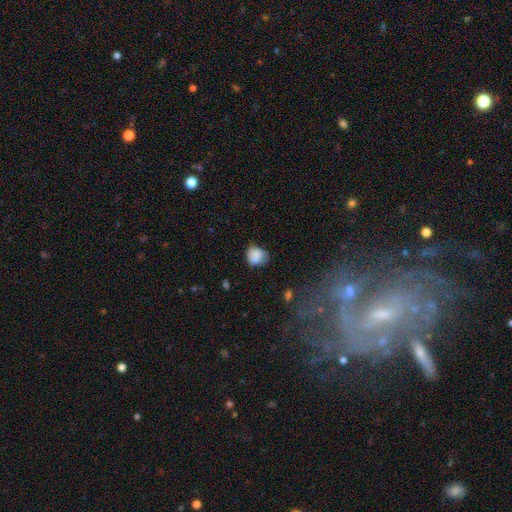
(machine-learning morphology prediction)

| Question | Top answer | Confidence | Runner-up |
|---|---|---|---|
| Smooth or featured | smooth | 79% | featured or disk (12%) |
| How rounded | round | 72% | in between (27%) |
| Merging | none | 60% | minor disturbance (31%) |